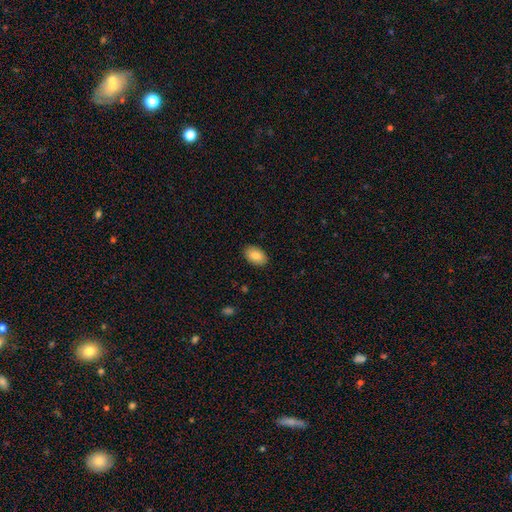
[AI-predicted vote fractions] The model was most divided on "smooth or featured": smooth: 85%, featured or disk: 8%, star or artifact: 7%. More confident: how rounded — in between (91%); merging — none (89%).